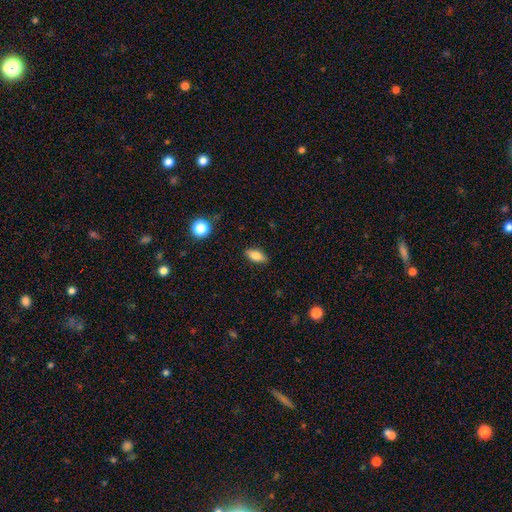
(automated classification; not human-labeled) smooth 77%, featured or disk 15%, star or artifact 8%. Down the decision tree: how rounded — in between (82%); merging — none (87%).